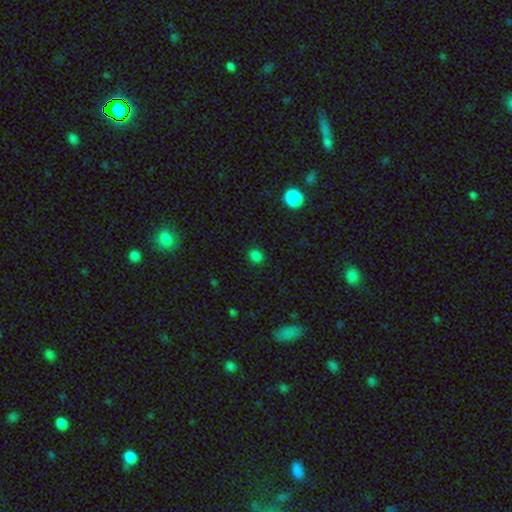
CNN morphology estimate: smooth_or_featured: smooth (p=0.80) [alt: star or artifact p=0.17]
how_rounded: round (p=0.74) [alt: in between p=0.25]
merging: none (p=0.87) [alt: minor disturbance p=0.09]